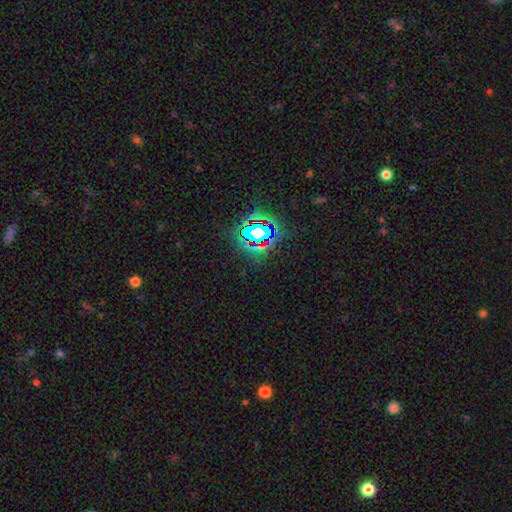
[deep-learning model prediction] A star or artifact, not a galaxy (81%).